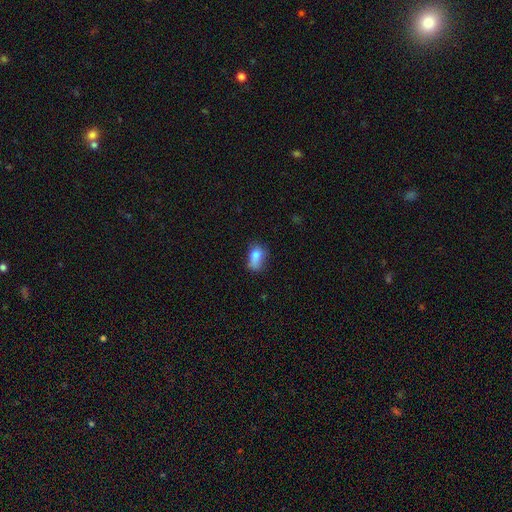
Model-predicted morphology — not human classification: This is likely a smooth galaxy (78%). How rounded: clearly in between (83%). Merging: marginally none (42%).